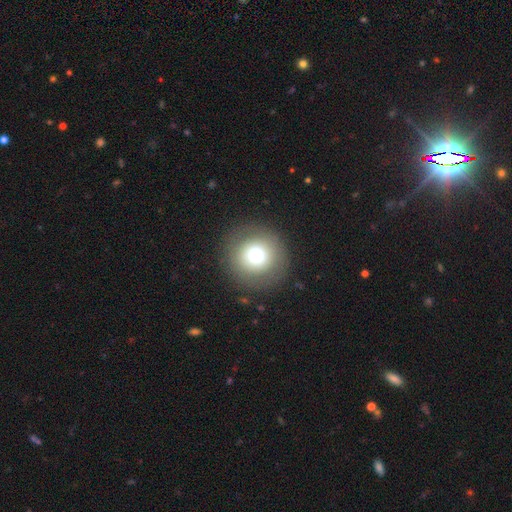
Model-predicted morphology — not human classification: This appears to be a smooth galaxy with no disk features (71%) that is round (95%). Merging: none (88%).